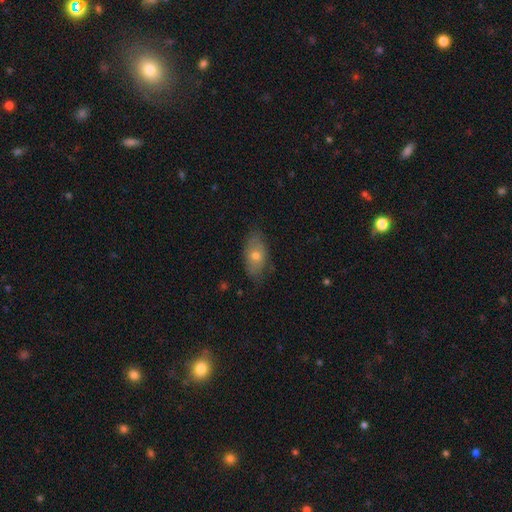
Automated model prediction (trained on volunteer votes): Morphology: type=smooth (56%); roundness=in between (87%); merging=none (74%).